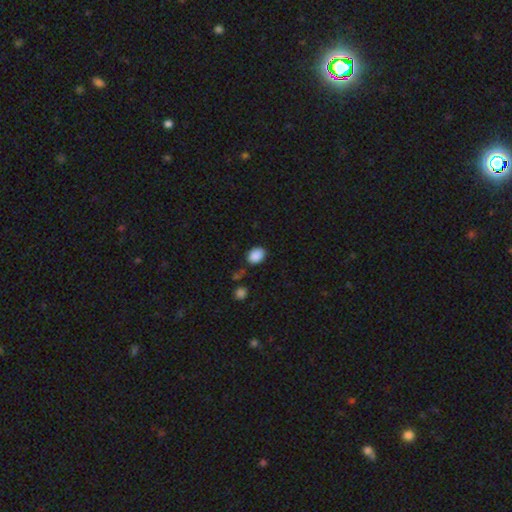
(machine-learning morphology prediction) smooth-or-featured: smooth: 88% | star or artifact: 9% | featured or disk: 3%
  how-rounded: in between: 75% | round: 24% | cigar-shaped: 1%
  merging: none: 80% | minor disturbance: 13% | merger: 3% | major disturbance: 3%